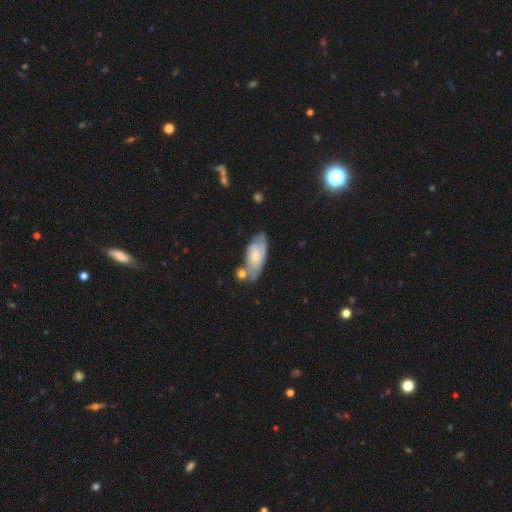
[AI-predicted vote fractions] Morphology: type=smooth (48%); merging=none (50%).